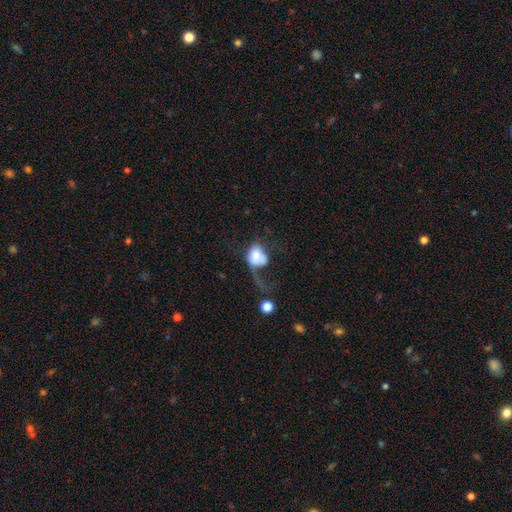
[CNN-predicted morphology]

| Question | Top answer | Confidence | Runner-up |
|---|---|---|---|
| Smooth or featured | smooth | 63% | featured or disk (29%) |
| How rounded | in between | 50% | round (49%) |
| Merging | major disturbance | 50% | none (20%) |